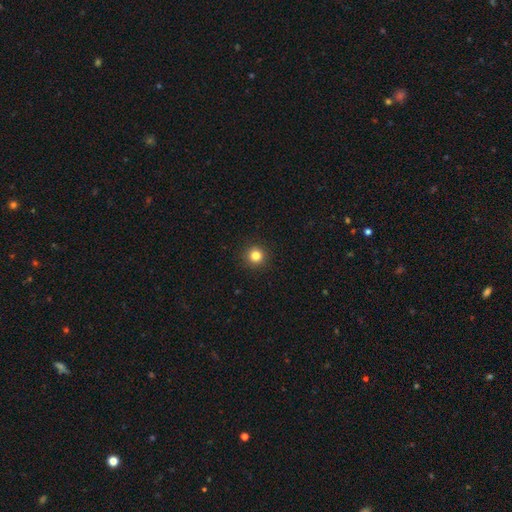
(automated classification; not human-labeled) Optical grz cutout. It shows a smooth galaxy with no disk features (83%) that is round (95%). Merging: none (93%).